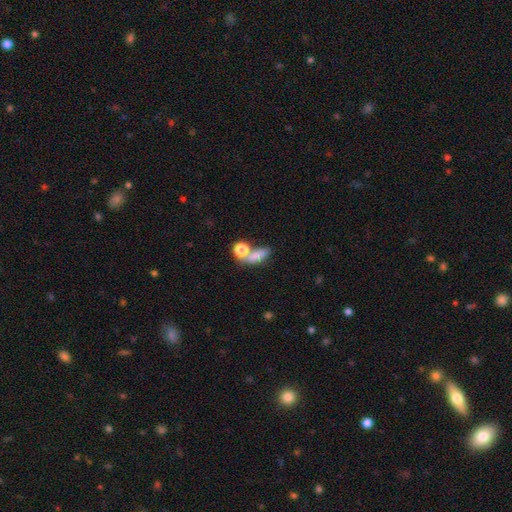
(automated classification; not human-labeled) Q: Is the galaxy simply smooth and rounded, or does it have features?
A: smooth — 75%.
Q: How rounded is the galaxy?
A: in between — 57%.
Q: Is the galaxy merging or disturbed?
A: none — 41%.